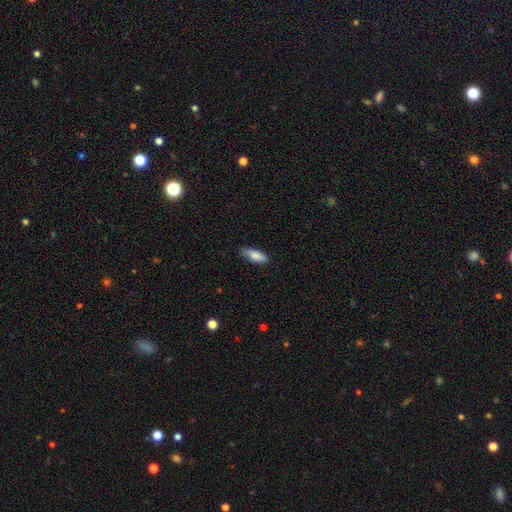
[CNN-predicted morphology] Smooth or featured: smooth — 84% (featured or disk — 10%)
How rounded: in between — 60% (cigar-shaped — 38%)
Merging: none — 82% (minor disturbance — 15%)